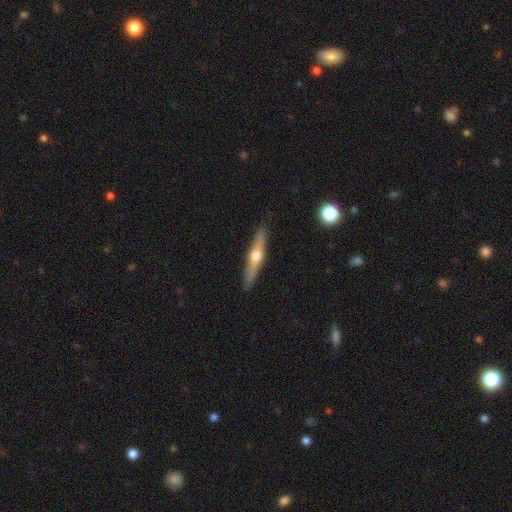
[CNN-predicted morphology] This is likely a featured or disk galaxy (61%). It is clearly viewed edge-on (94%). Edge-on bulge: clearly rounded (94%). Merging: clearly none (88%).